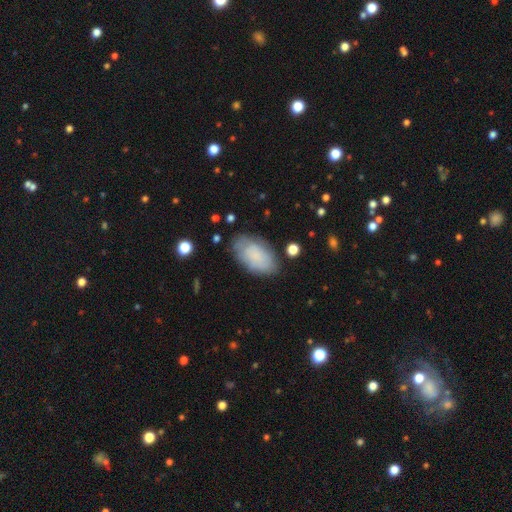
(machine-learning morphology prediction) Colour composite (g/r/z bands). It shows a smooth galaxy with no disk features (74%) that is in between round and cigar-shaped (94%). Merging: none (74%).